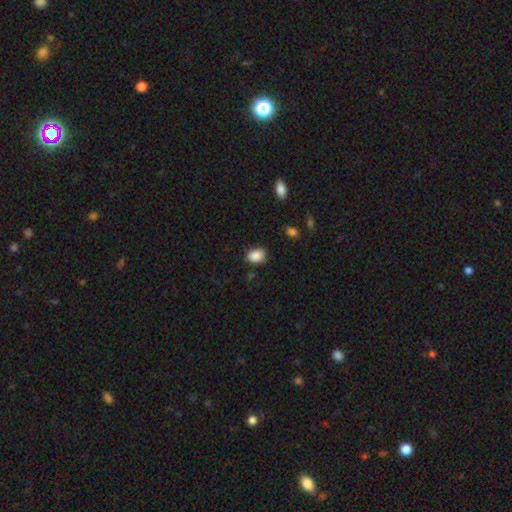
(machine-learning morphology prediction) Smooth or featured?
  - smooth: 88% *
  - star or artifact: 9%
  - featured or disk: 3%
How rounded?
  - in between: 72% *
  - round: 27%
  - cigar-shaped: 1%
Merging?
  - none: 79% *
  - minor disturbance: 16%
  - major disturbance: 3%
  - merger: 2%